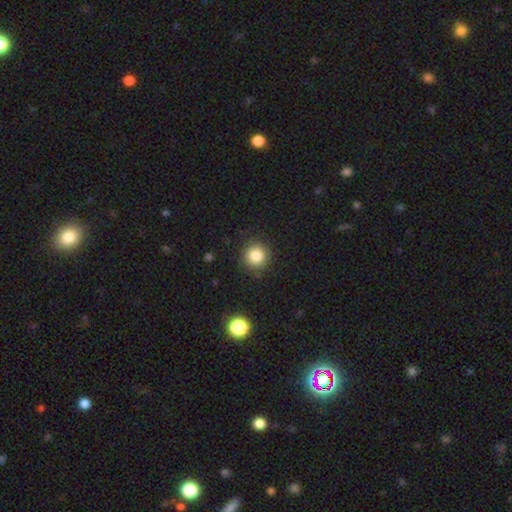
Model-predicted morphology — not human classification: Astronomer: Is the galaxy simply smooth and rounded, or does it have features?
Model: smooth — 84%.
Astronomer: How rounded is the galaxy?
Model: round — 94%.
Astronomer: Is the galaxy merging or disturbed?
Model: none — 90%.